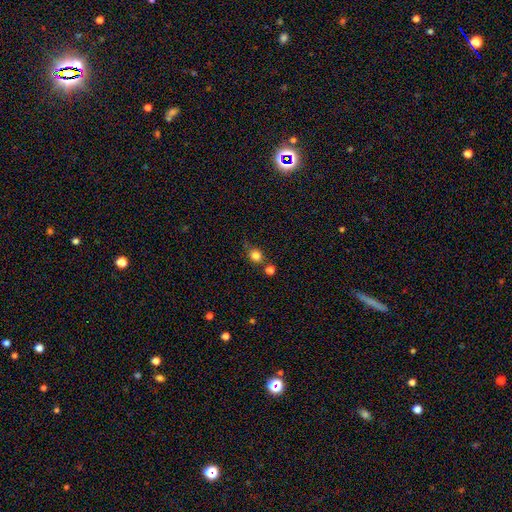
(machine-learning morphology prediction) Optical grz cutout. It shows a smooth galaxy with no disk features (82%) that is round (75%). Merging: none (64%).